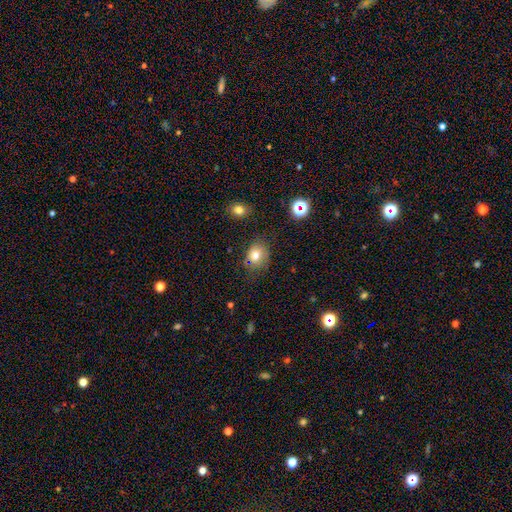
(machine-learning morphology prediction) Q: Smooth or featured?
A: smooth (76%); runner-up: star or artifact (14%)
Q: How rounded?
A: round (56%); runner-up: in between (43%)
Q: Merging?
A: none (70%); runner-up: minor disturbance (21%)